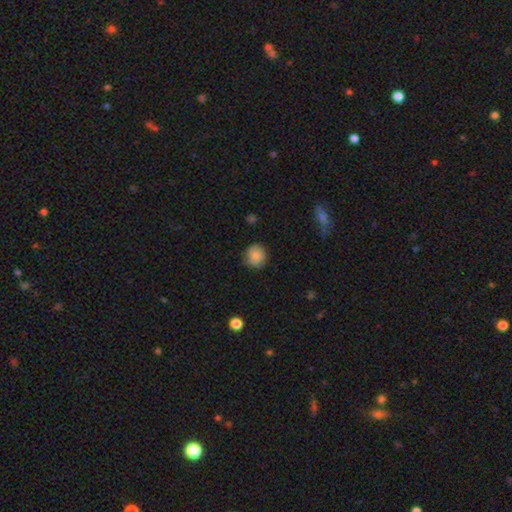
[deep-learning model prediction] smooth 84%, star or artifact 8%, featured or disk 8%. Down the decision tree: how rounded — round (87%); merging — none (78%).